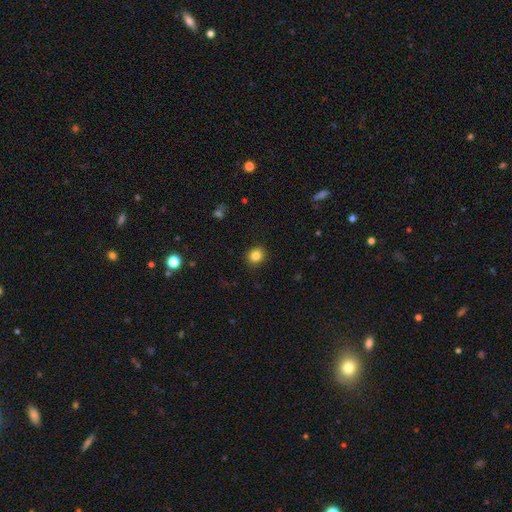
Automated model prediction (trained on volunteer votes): Smooth or featured: smooth — 83% (star or artifact — 11%)
How rounded: round — 77% (in between — 22%)
Merging: none — 90% (minor disturbance — 7%)